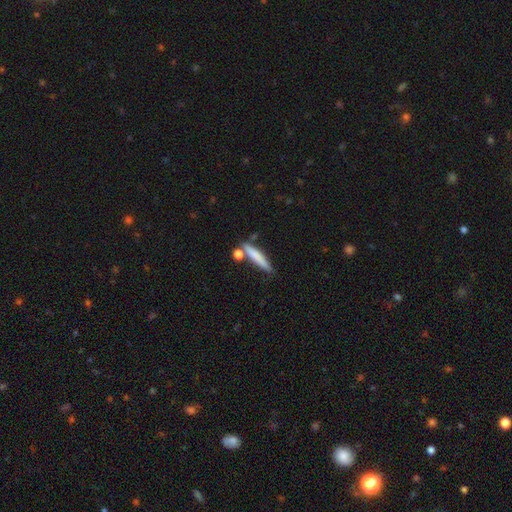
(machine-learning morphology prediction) Smooth or featured? smooth (73%)
How rounded? cigar-shaped (87%)
Merging? none (69%)